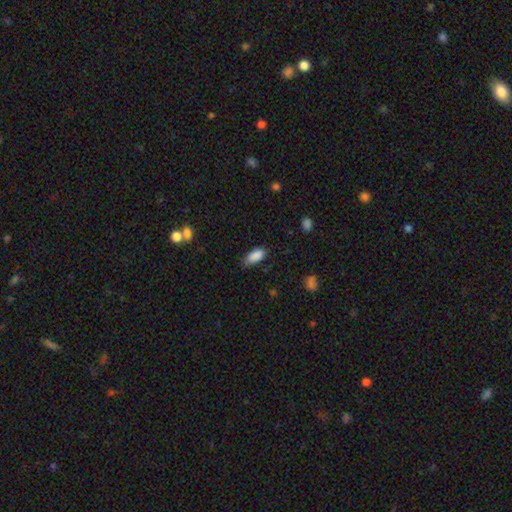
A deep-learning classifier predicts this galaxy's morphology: Smooth or featured? smooth (88%)
How rounded? in between (88%)
Merging? none (68%)